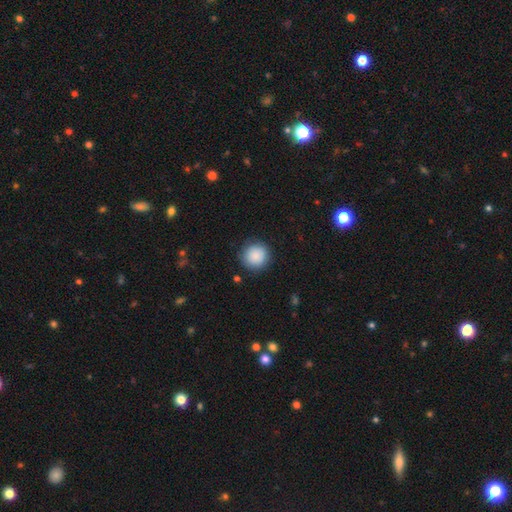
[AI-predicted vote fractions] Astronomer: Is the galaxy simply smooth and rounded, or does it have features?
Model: smooth — 88%.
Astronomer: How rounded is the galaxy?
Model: round — 94%.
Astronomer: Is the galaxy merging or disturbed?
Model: none — 88%.